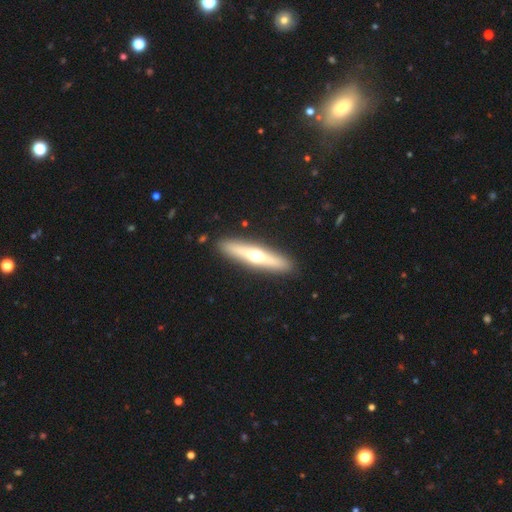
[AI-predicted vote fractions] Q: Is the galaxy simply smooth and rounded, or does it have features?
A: featured or disk — 54%.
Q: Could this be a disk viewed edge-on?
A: yes — 89%.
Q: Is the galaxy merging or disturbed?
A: none — 90%.